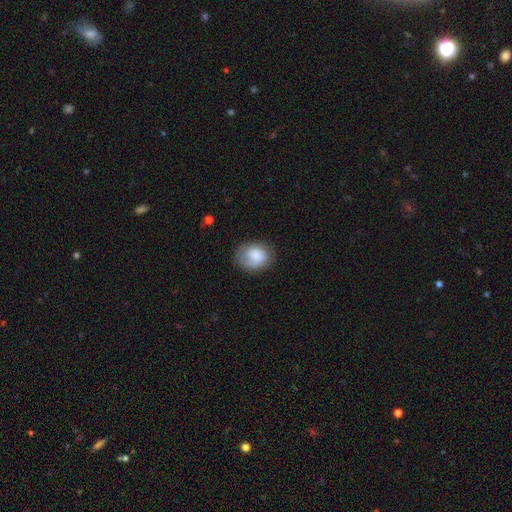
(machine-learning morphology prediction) Smooth or featured?
  - smooth: 77% *
  - featured or disk: 16%
  - star or artifact: 7%
How rounded?
  - round: 53% *
  - in between: 46%
  - cigar-shaped: 1%
Merging?
  - none: 68% *
  - minor disturbance: 22%
  - major disturbance: 9%
  - merger: 2%